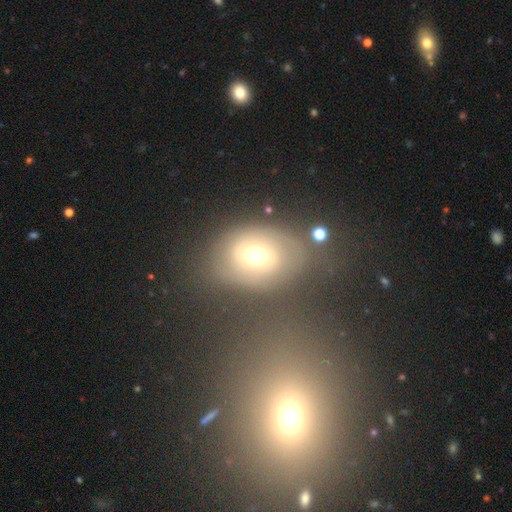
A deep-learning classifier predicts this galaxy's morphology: Smooth or featured: featured or disk — 54% (smooth — 34%)
Edge-on disk: no — 94% (yes — 6%)
Bar: no — 62% (weak — 29%)
Spiral arms: yes — 61% (no — 39%)
Bulge size: moderate — 74% (small — 13%)
Merging: none — 69% (minor disturbance — 16%)